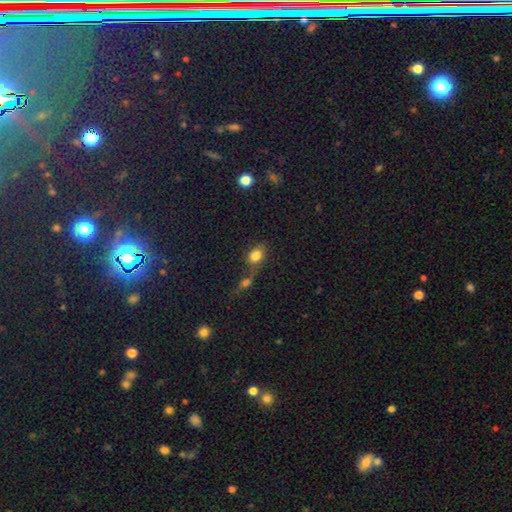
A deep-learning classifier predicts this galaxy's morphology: Smooth or featured?
  - smooth: 80% *
  - star or artifact: 11%
  - featured or disk: 9%
How rounded?
  - in between: 68% *
  - round: 30%
  - cigar-shaped: 2%
Merging?
  - none: 44% *
  - merger: 38%
  - minor disturbance: 12%
  - major disturbance: 7%